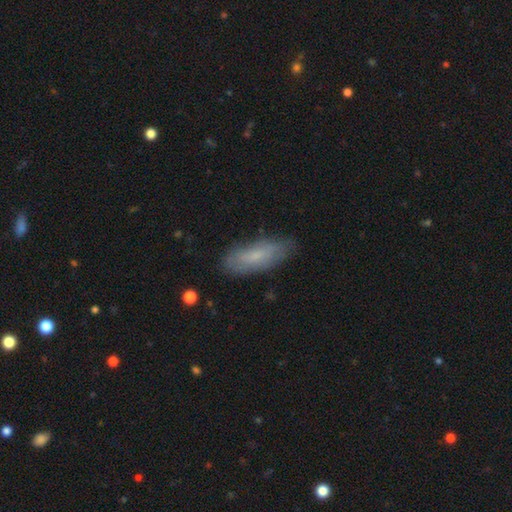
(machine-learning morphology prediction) Smooth or featured? smooth (62%)
How rounded? in between (65%)
Merging? none (78%)